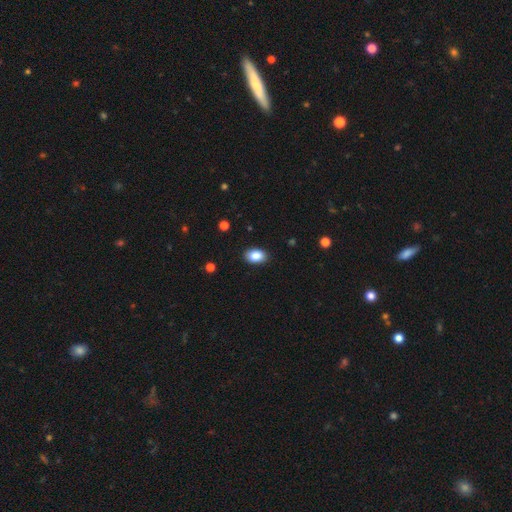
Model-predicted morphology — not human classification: smooth 87%, star or artifact 8%, featured or disk 5%. Down the decision tree: how rounded — in between (87%); merging — none (89%).